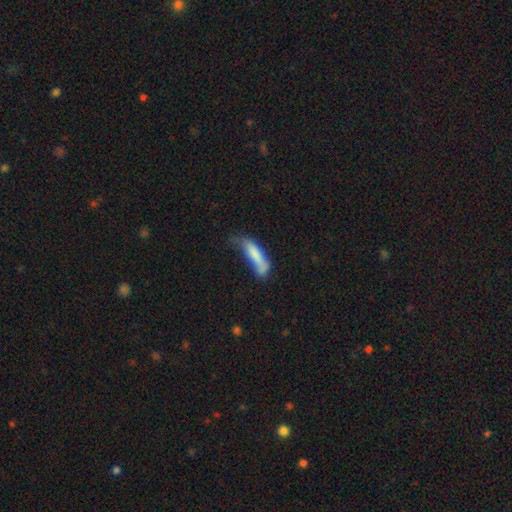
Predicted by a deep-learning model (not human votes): Q: Smooth or featured?
A: smooth (74%); runner-up: featured or disk (19%)
Q: How rounded?
A: cigar-shaped (71%); runner-up: in between (28%)
Q: Merging?
A: none (36%); runner-up: minor disturbance (31%)